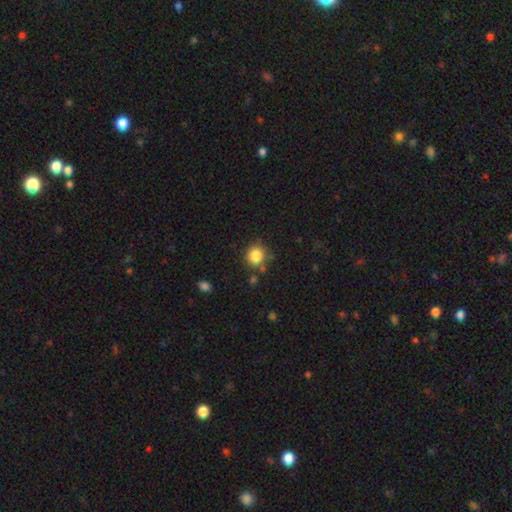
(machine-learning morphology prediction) smooth-or-featured: smooth: 84% | star or artifact: 11% | featured or disk: 5%
  how-rounded: round: 86% | in between: 13% | cigar-shaped: 1%
  merging: none: 78% | minor disturbance: 13% | merger: 6% | major disturbance: 3%